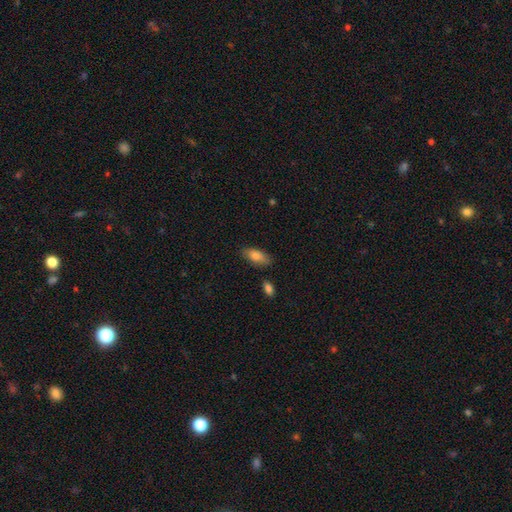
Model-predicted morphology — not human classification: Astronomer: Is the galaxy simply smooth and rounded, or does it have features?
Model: smooth — 80%.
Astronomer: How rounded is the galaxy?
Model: in between — 86%.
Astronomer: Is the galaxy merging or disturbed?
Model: none — 80%.